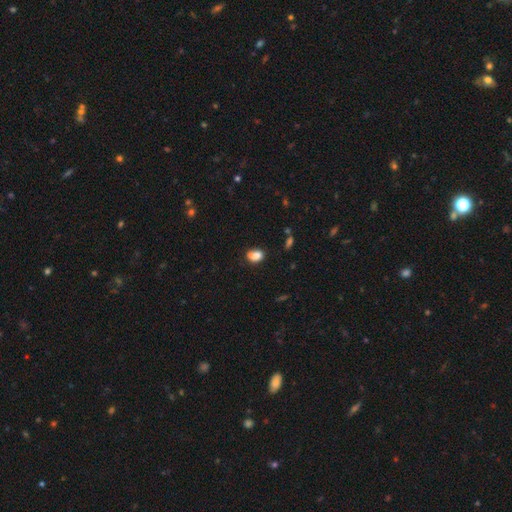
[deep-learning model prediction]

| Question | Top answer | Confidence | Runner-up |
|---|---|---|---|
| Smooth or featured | smooth | 85% | star or artifact (9%) |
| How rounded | in between | 79% | round (19%) |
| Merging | none | 64% | minor disturbance (25%) |